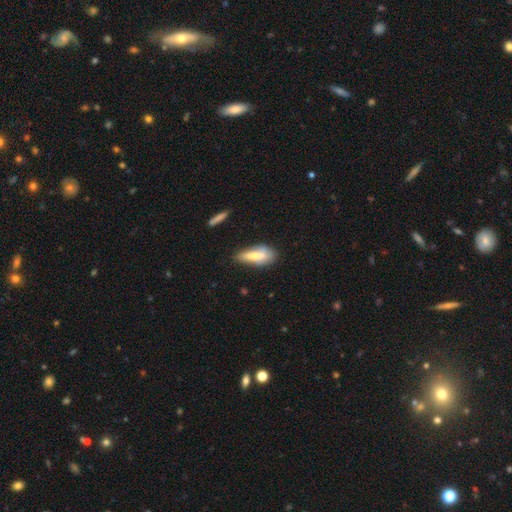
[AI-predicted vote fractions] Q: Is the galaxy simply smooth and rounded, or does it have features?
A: smooth — 65%.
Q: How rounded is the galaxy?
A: in between — 66%.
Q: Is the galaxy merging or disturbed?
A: none — 61%.